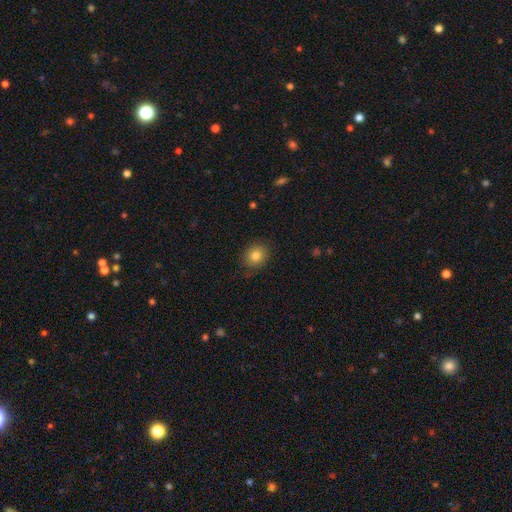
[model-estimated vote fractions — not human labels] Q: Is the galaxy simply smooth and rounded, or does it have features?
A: smooth — 81%.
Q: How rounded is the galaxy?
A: round — 69%.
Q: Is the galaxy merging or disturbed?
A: none — 85%.